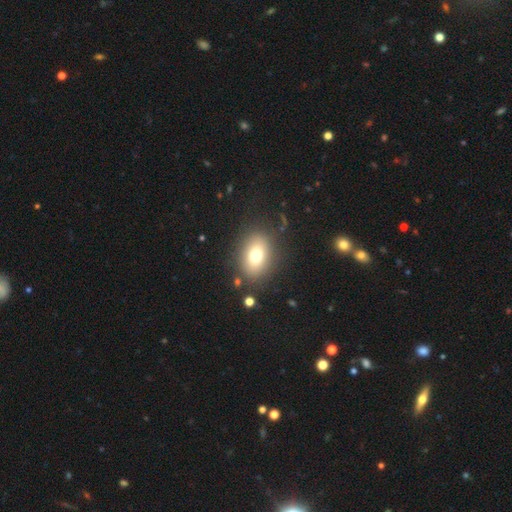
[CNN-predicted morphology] This appears to be a smooth galaxy with no disk features (73%) that is in between round and cigar-shaped (66%). Merging: none (83%).